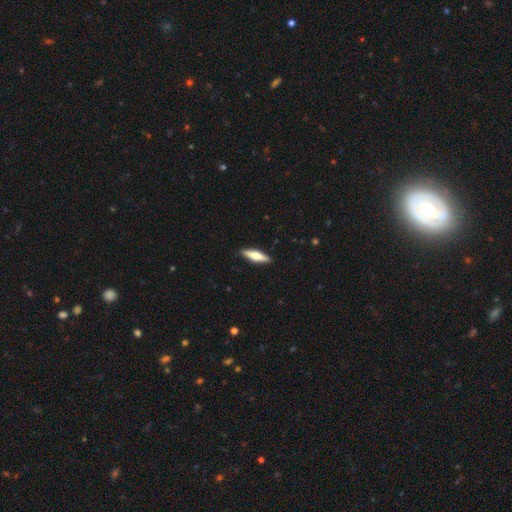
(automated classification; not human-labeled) Smooth or featured? smooth (50%)
How rounded? cigar-shaped (69%)
Merging? none (90%)